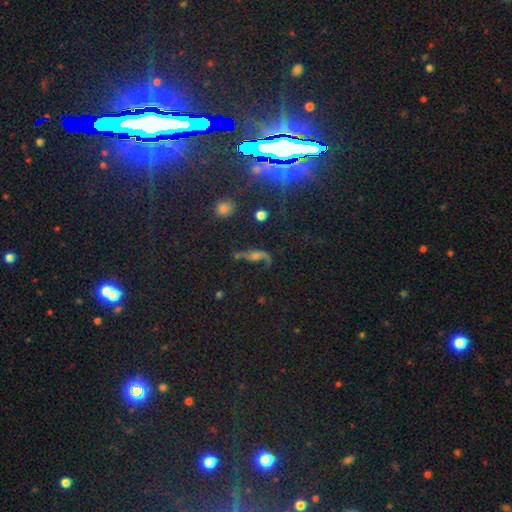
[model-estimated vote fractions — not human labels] Smooth or featured? Predicted: featured or disk (p=0.55). Edge-on disk? Predicted: no (p=0.80). Merging? Predicted: none (p=0.48).